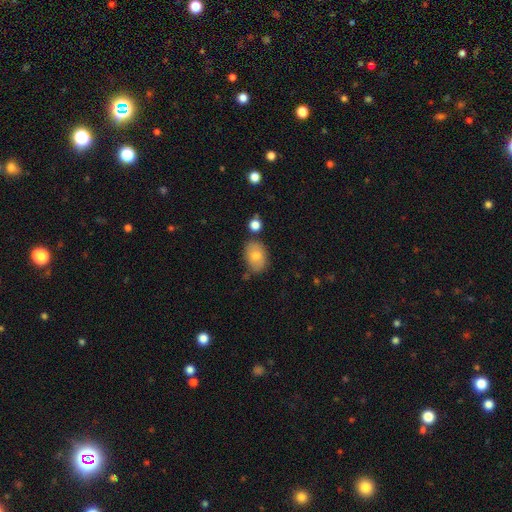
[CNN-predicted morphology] This is likely a smooth galaxy (74%). How rounded: likely in between (76%). Merging: likely none (70%).